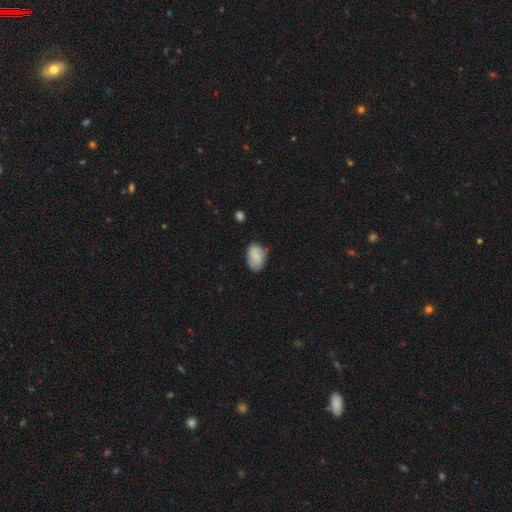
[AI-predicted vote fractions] Q: Smooth or featured?
A: smooth (77%); runner-up: featured or disk (16%)
Q: How rounded?
A: in between (88%); runner-up: round (11%)
Q: Merging?
A: none (71%); runner-up: minor disturbance (23%)